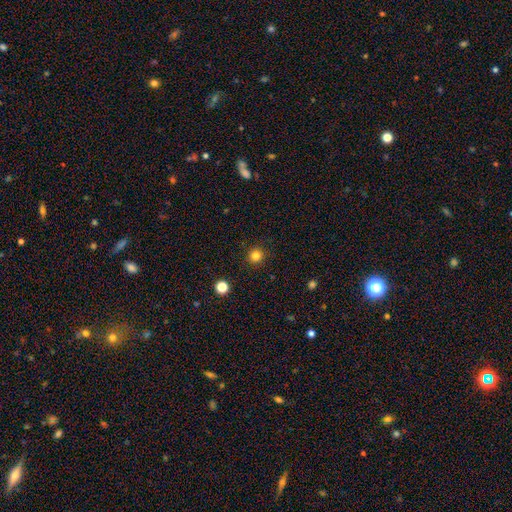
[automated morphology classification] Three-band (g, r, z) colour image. It shows a smooth galaxy with no disk features (83%) that is round (94%). Merging: none (92%).